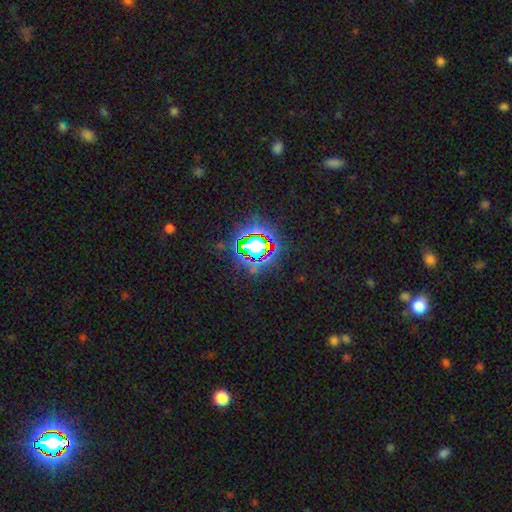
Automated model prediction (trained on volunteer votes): smooth-or-featured: star or artifact: 79% | smooth: 13% | featured or disk: 8%